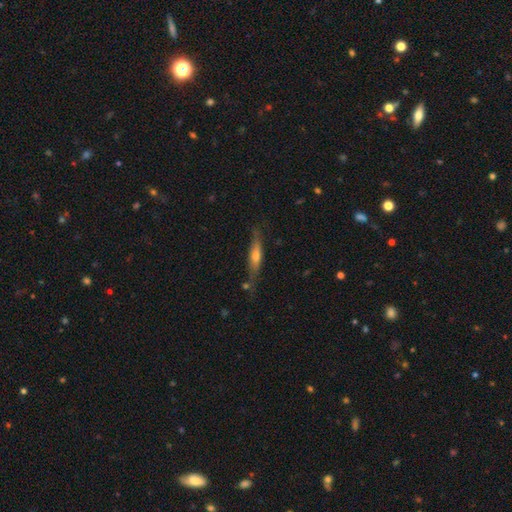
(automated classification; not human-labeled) This is possibly a featured or disk galaxy (59%). It is clearly viewed edge-on (90%). Edge-on bulge: likely rounded (79%). Merging: likely none (76%).